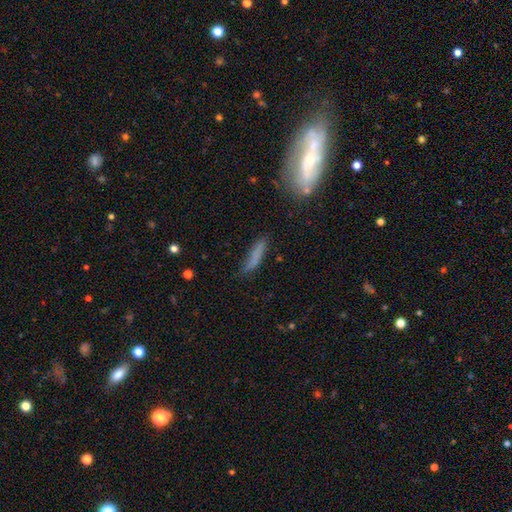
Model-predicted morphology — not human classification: A smooth galaxy with no disk features (72%) that is cigar-shaped (81%).

Vote fractions:
- Smooth or featured? smooth: 72% / featured or disk: 19% / star or artifact: 10%
- How rounded? cigar-shaped: 81% / in between: 16% / round: 2%
- Merging? none: 67% / minor disturbance: 22% / major disturbance: 8% / merger: 3%